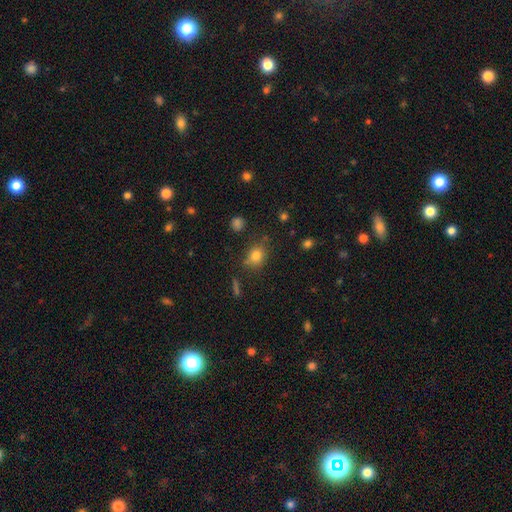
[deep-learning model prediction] Morphology: type=smooth (80%); roundness=round (56%); merging=none (74%).